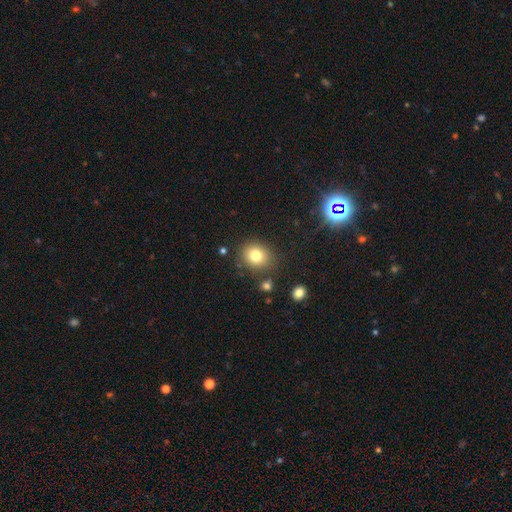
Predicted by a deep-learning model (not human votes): A smooth galaxy with no disk features (79%) that is round (68%). Merging: none (82%).